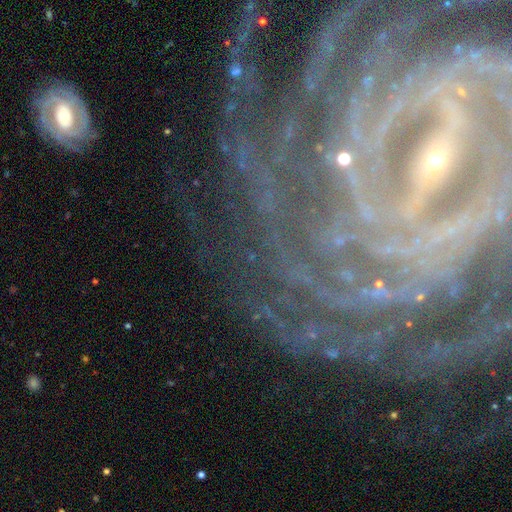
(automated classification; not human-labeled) Overall: featured or disk (77%). Edge-on disk: no (95%). Bar: strong (43%; no 29%). Spiral arms: yes (96%). Spiral arm count: can't tell (22%; more than 4 18%). Spiral winding: tight (75%). Bulge size: small (71%). Merging: none (72%).